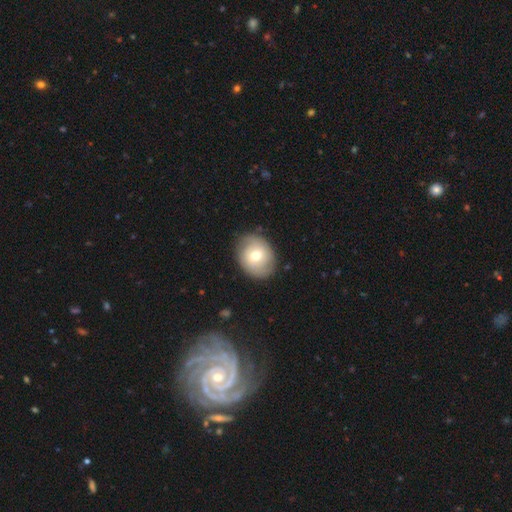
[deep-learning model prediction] Smooth or featured? Predicted: smooth (p=0.60). How rounded? Predicted: round (p=0.56). Merging? Predicted: none (p=0.81).